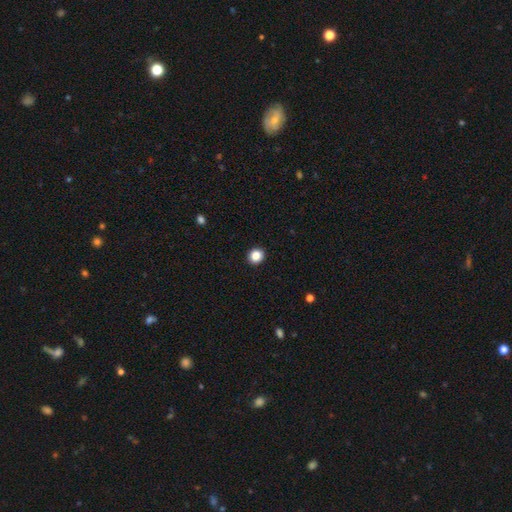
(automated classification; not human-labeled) A smooth galaxy with no disk features (87%) that is round (87%).

Vote fractions:
- Smooth or featured? smooth: 87% / star or artifact: 10% / featured or disk: 3%
- How rounded? round: 87% / in between: 13% / cigar-shaped: 1%
- Merging? none: 93% / minor disturbance: 4% / major disturbance: 2% / merger: 1%